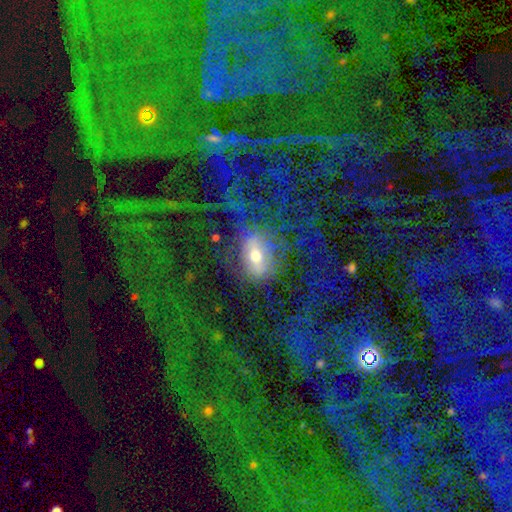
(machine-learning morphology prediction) Smooth or featured: featured or disk — 48% (smooth — 31%)
Merging: none — 51% (major disturbance — 28%)